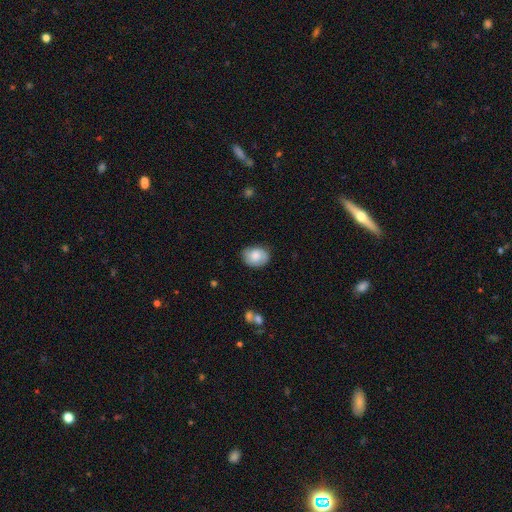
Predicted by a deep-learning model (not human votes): This is clearly a smooth galaxy (82%). How rounded: possibly in between (58%). Merging: likely none (79%).